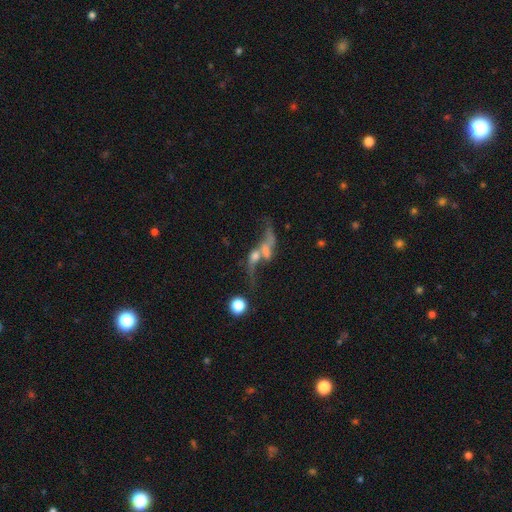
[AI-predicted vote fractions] This is likely a featured or disk galaxy (65%). It is clearly not viewed edge-on (81%). Bar: likely no (62%). Spiral arm pattern: likely yes (63%). Central bulge: marginally none (32%). Merging: possibly merger (48%).